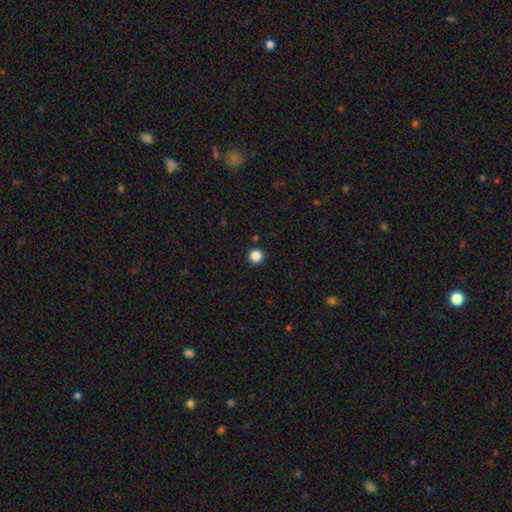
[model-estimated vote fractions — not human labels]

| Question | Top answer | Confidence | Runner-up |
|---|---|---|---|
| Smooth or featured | smooth | 86% | star or artifact (11%) |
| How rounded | round | 96% | in between (3%) |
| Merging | none | 92% | minor disturbance (5%) |